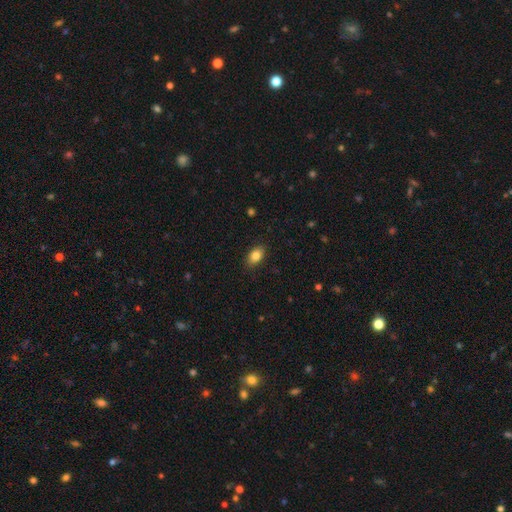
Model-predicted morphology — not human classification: smooth_or_featured: smooth (p=0.85) [alt: star or artifact p=0.08]
how_rounded: in between (p=0.86) [alt: round p=0.12]
merging: none (p=0.87) [alt: minor disturbance p=0.10]